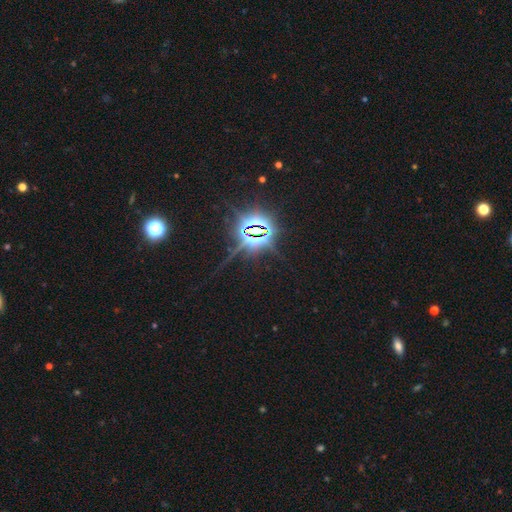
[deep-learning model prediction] This appears to be a star or artifact, not a galaxy (86%).